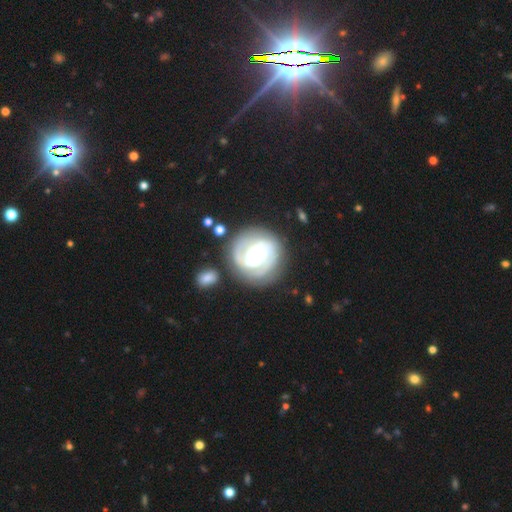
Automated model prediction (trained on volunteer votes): Smooth or featured?
  - featured or disk: 78% *
  - smooth: 16%
  - star or artifact: 6%
Edge-on disk?
  - no: 98% *
  - yes: 2%
Bar?
  - no: 37% * (tied)
  - weak: 37% * (tied)
  - strong: 26%
Spiral arms?
  - yes: 85% *
  - no: 15%
Spiral winding?
  - tight: 56% *
  - medium: 33%
  - loose: 12%
Spiral arm count?
  - 2: 73% *
  - can't tell: 10%
  - 1: 10%
  - 3: 3%
  - 4: 2%
  - more than 4: 2%
Bulge size?
  - large: 47% *
  - moderate: 35%
  - dominant: 9%
  - small: 6%
  - none: 2%
Merging?
  - none: 73% *
  - minor disturbance: 14%
  - major disturbance: 8%
  - merger: 4%